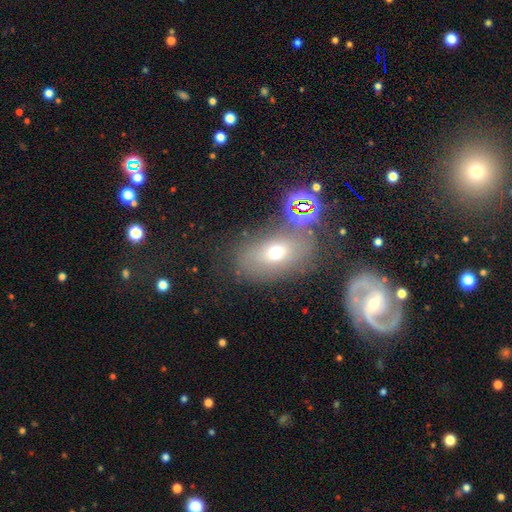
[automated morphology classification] Q: Smooth or featured?
A: featured or disk (42%); runner-up: smooth (40%)
Q: Merging?
A: none (64%); runner-up: minor disturbance (17%)